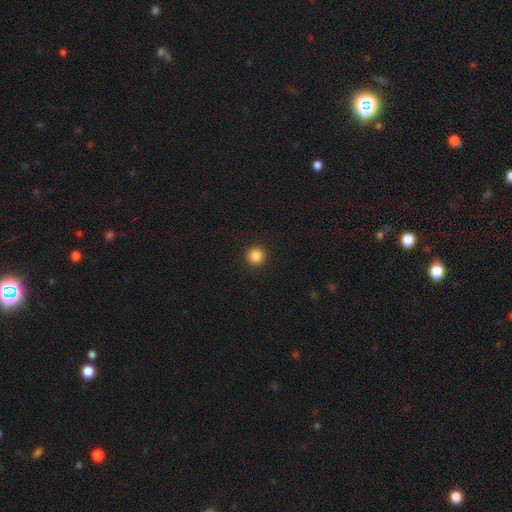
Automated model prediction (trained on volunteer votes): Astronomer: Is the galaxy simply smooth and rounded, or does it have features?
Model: smooth — 86%.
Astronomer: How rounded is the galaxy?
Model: round — 95%.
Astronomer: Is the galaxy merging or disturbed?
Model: none — 93%.